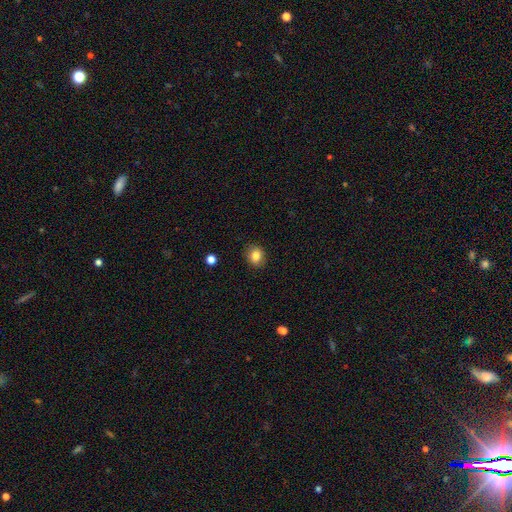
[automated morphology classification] smooth_or_featured: smooth (p=0.83) [alt: star or artifact p=0.10]
how_rounded: round (p=0.59) [alt: in between p=0.40]
merging: none (p=0.87) [alt: minor disturbance p=0.09]